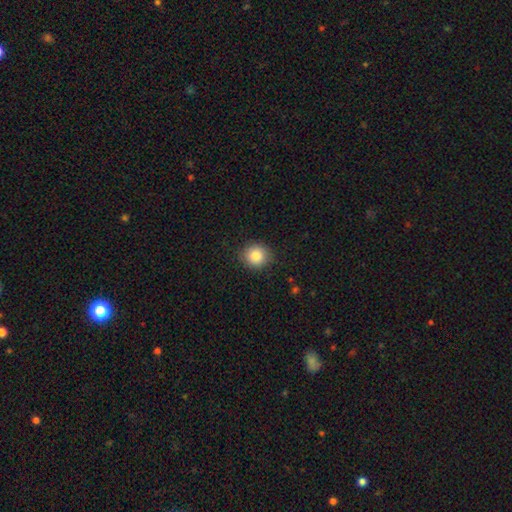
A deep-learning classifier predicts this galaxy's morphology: smooth_or_featured: smooth (p=0.86) [alt: star or artifact p=0.09]
how_rounded: round (p=0.88) [alt: in between p=0.12]
merging: none (p=0.87) [alt: minor disturbance p=0.09]